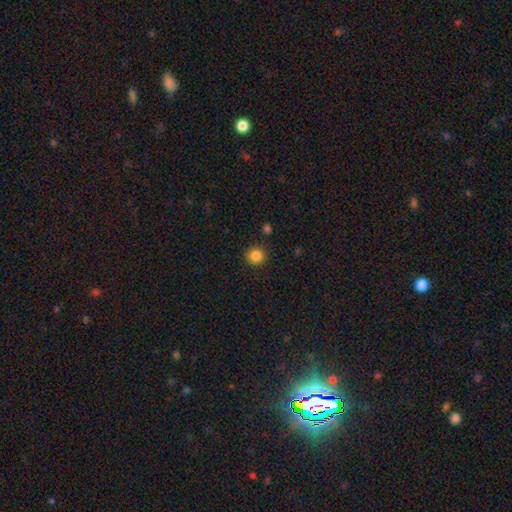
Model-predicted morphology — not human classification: Smooth or featured? Predicted: smooth (p=0.85). How rounded? Predicted: round (p=0.93). Merging? Predicted: none (p=0.91).